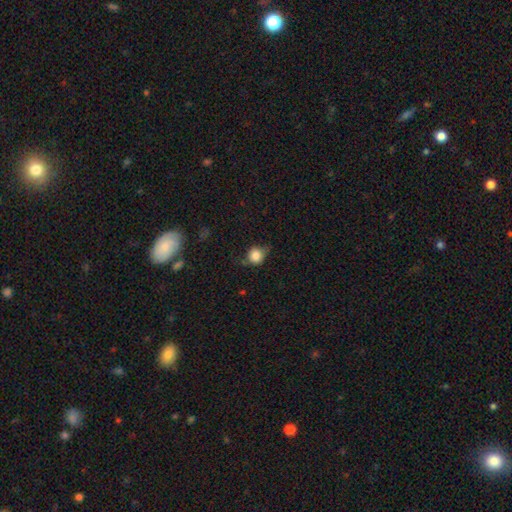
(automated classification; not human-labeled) This is clearly a smooth galaxy (81%). How rounded: clearly round (86%). Merging: likely none (60%).